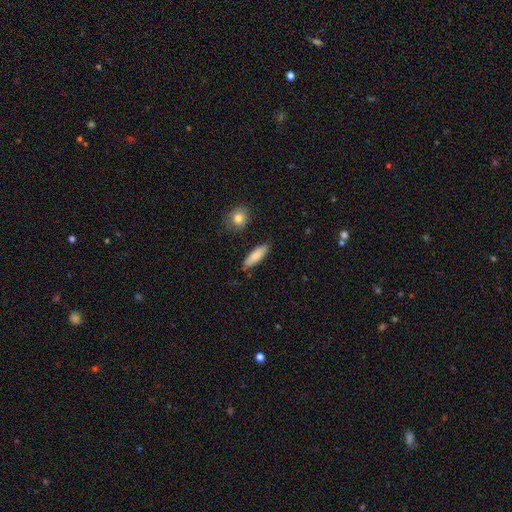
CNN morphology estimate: This is clearly a smooth galaxy (82%). How rounded: possibly in between (50%). Merging: clearly none (83%).